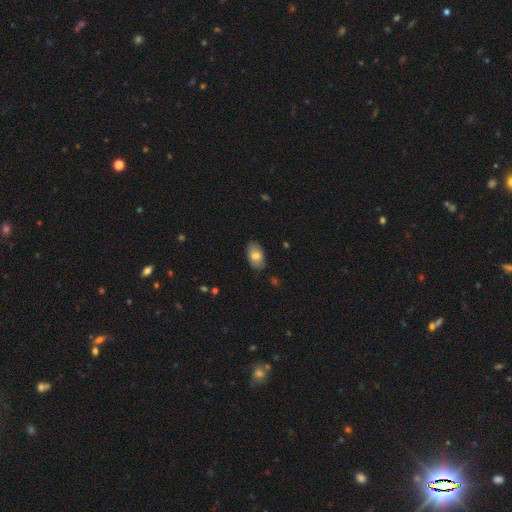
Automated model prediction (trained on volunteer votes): Smooth or featured: smooth — 77% (featured or disk — 16%)
How rounded: in between — 92% (round — 7%)
Merging: none — 84% (minor disturbance — 13%)